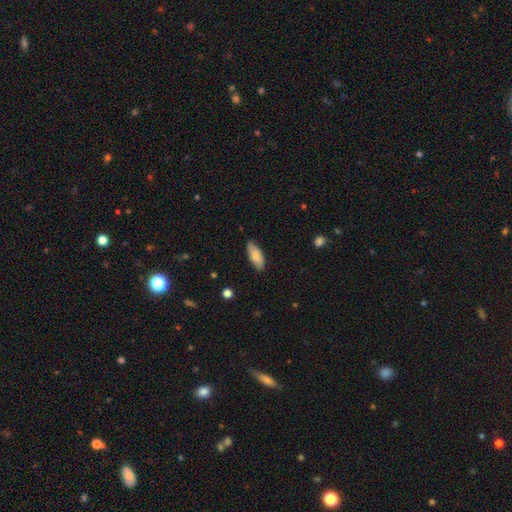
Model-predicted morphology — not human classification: Smooth or featured: smooth — 77% (featured or disk — 17%)
How rounded: in between — 75% (cigar-shaped — 23%)
Merging: none — 81% (minor disturbance — 16%)